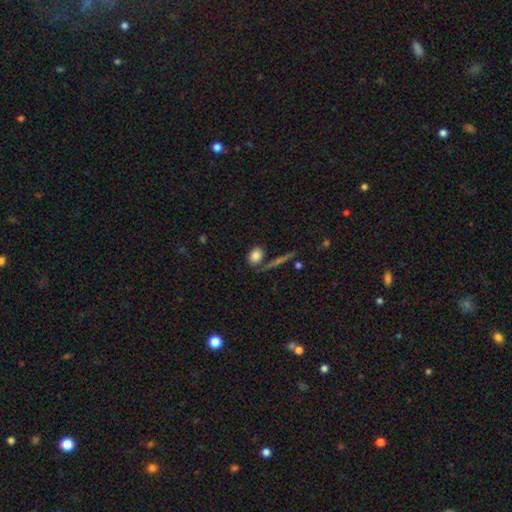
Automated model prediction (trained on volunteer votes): A smooth galaxy with no disk features (82%) that is in between round and cigar-shaped (59%).

Vote fractions:
- Smooth or featured? smooth: 82% / star or artifact: 9% / featured or disk: 9%
- How rounded? in between: 59% / round: 37% / cigar-shaped: 4%
- Merging? none: 72% / minor disturbance: 13% / merger: 10% / major disturbance: 5%